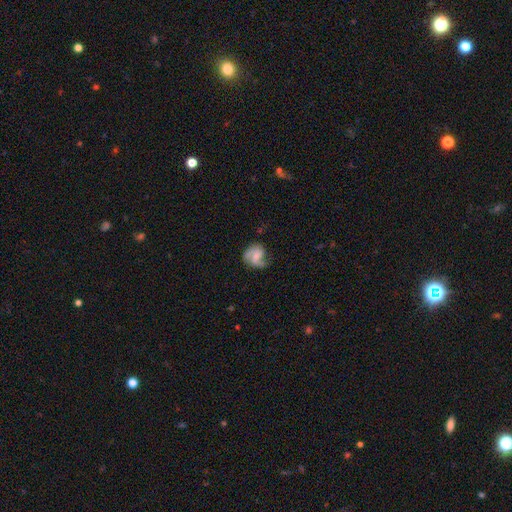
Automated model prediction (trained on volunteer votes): This is likely a featured or disk galaxy (75%). It is clearly not viewed edge-on (98%). Bar: possibly no (46%). Spiral arm pattern: clearly yes (94%). Spiral arm count: likely 2 (71%). Spiral winding: possibly medium (48%). Central bulge: marginally small (40%). Merging: possibly none (59%).